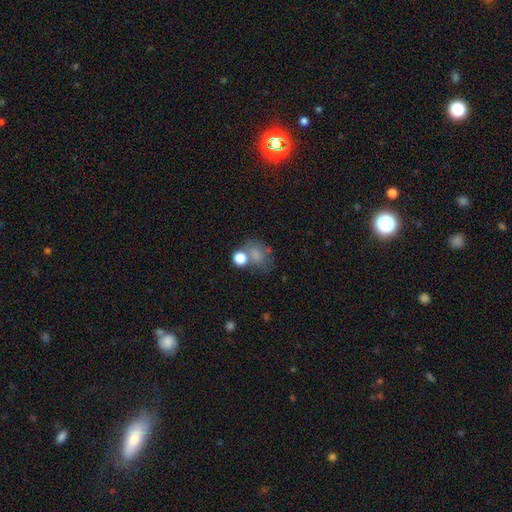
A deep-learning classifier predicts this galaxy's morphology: smooth_or_featured: smooth (p=0.72) [alt: star or artifact p=0.15]
how_rounded: in between (p=0.54) [alt: round p=0.44]
merging: none (p=0.40) [alt: merger p=0.25]